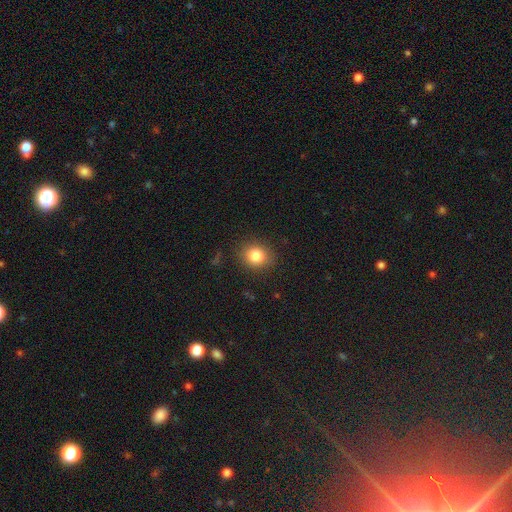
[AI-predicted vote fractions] smooth 84%, star or artifact 11%, featured or disk 6%. Down the decision tree: how rounded — round (76%); merging — none (87%).